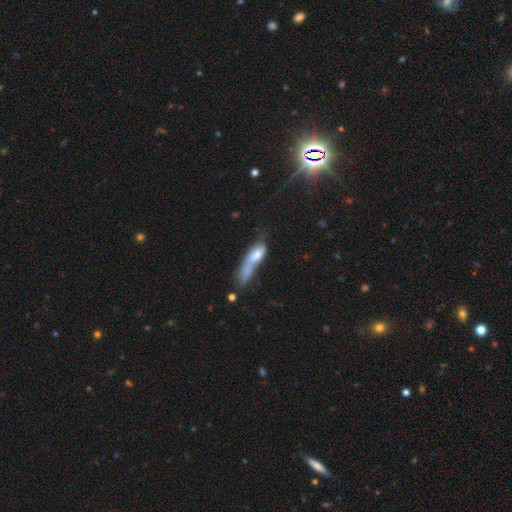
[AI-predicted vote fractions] A smooth galaxy with no disk features (57%) that is cigar-shaped (56%). Merging: merger (40%).